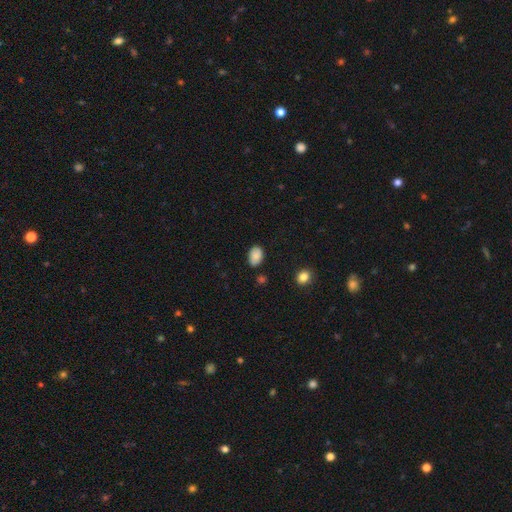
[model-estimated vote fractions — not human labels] The model was most divided on "merging": none: 80%, minor disturbance: 15%, major disturbance: 3%, merger: 3%. More confident: how rounded — in between (88%); smooth or featured — smooth (86%).